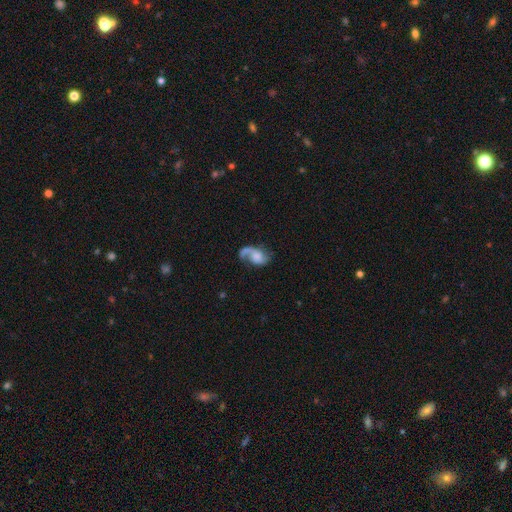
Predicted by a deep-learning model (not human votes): The model was most divided on "bulge size": none: 30%, moderate: 25%, small: 23%, large: 19%, dominant: 4%. Remaining: edge-on disk — no (97%); spiral arms — yes (93%); smooth or featured — featured or disk (75%); bar — no (65%); spiral winding — loose (61%); spiral arm count — 2 (54%); merging — none (48%).